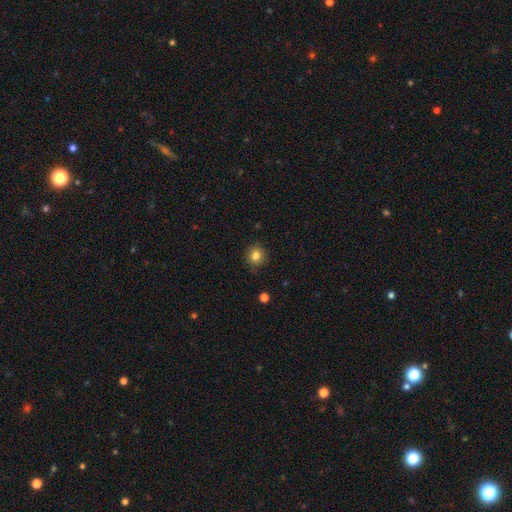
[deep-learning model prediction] A smooth galaxy with no disk features (82%) that is round (89%). Merging: none (86%).